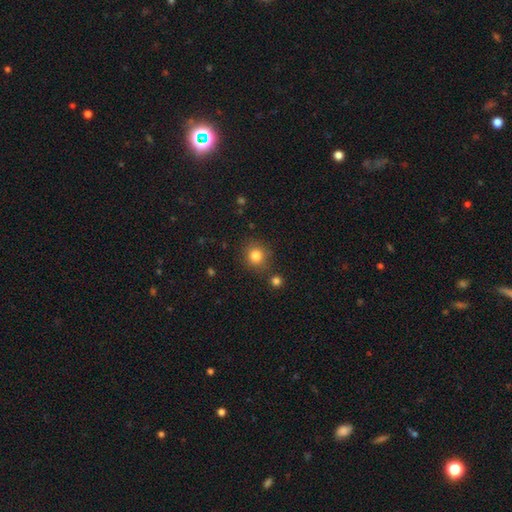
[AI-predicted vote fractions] The model was most divided on "smooth or featured": smooth: 82%, star or artifact: 12%, featured or disk: 6%. More confident: how rounded — round (89%); merging — none (81%).